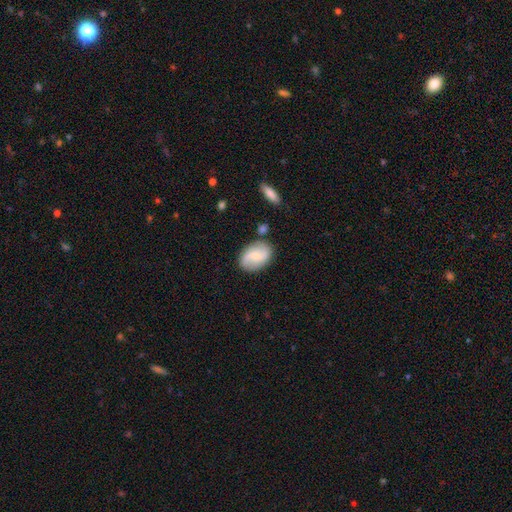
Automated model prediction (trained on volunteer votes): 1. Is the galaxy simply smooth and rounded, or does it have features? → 54% featured or disk, 39% smooth, 7% star or artifact.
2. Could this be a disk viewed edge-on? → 96% no, 4% yes.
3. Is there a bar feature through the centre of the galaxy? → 53% no, 38% weak, 9% strong.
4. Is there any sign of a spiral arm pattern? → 88% yes, 12% no.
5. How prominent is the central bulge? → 61% small, 32% moderate, 5% none, 2% large, 1% dominant.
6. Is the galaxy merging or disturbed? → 78% none, 14% minor disturbance, 4% merger, 4% major disturbance.